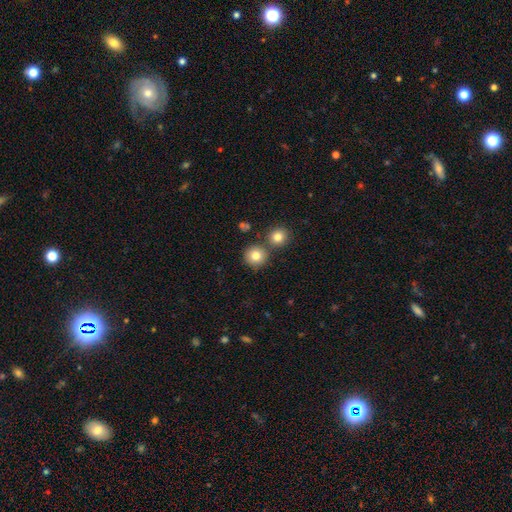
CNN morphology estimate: Smooth or featured? smooth (81%)
How rounded? round (92%)
Merging? none (75%)